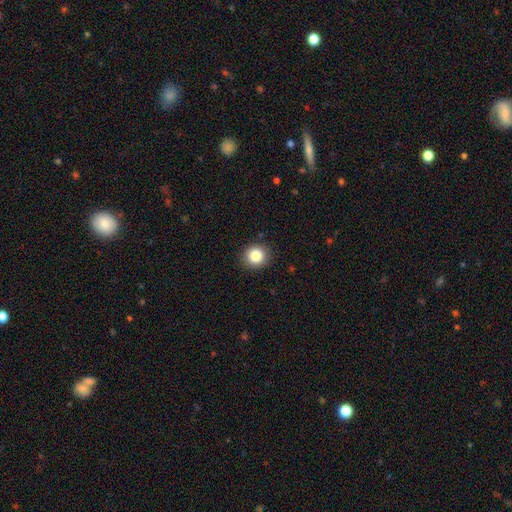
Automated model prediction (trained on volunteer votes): Smooth or featured: smooth — 84% (star or artifact — 10%)
How rounded: round — 91% (in between — 8%)
Merging: none — 91% (minor disturbance — 6%)